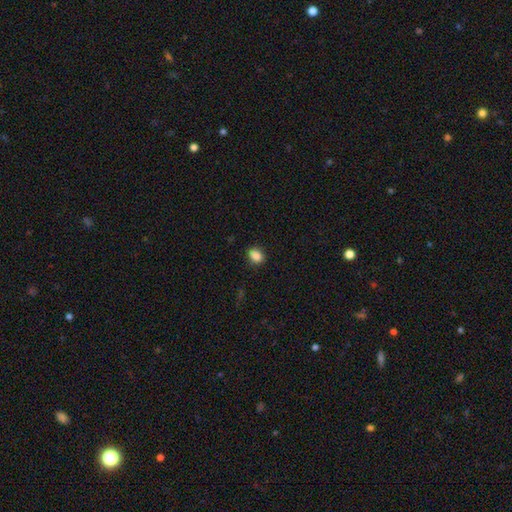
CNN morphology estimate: This appears to be a smooth galaxy with no disk features (87%) that is in between round and cigar-shaped (68%). Merging: none (85%).